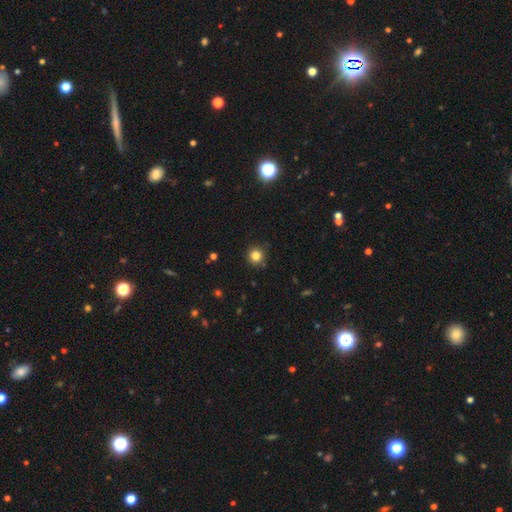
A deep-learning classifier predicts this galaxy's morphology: type=smooth (82%); roundness=round (94%); merging=none (88%).